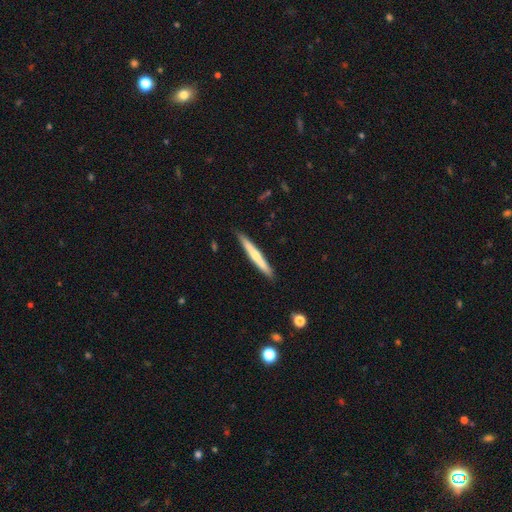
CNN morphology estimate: smooth_or_featured: smooth (p=0.49) [alt: featured or disk p=0.46]
merging: none (p=0.89) [alt: minor disturbance p=0.08]